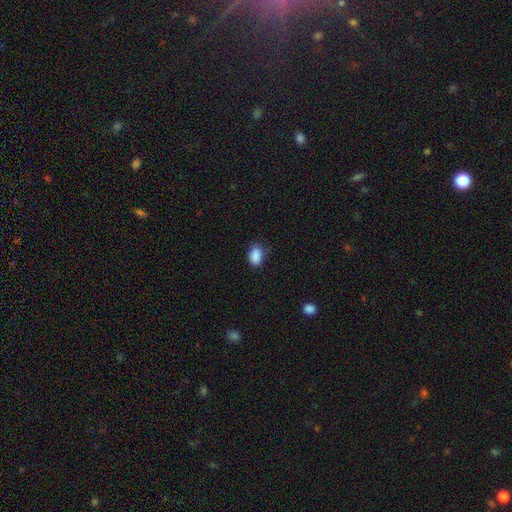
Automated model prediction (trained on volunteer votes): Q: Smooth or featured?
A: smooth (88%); runner-up: star or artifact (8%)
Q: How rounded?
A: in between (86%); runner-up: round (13%)
Q: Merging?
A: none (75%); runner-up: minor disturbance (20%)